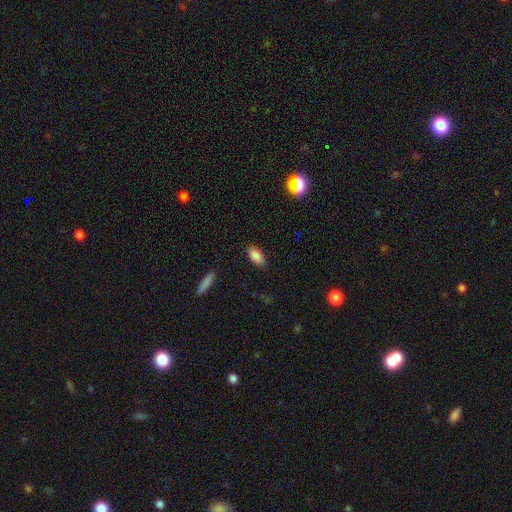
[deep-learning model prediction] Morphology: type=smooth (87%); roundness=in between (91%); merging=none (86%).